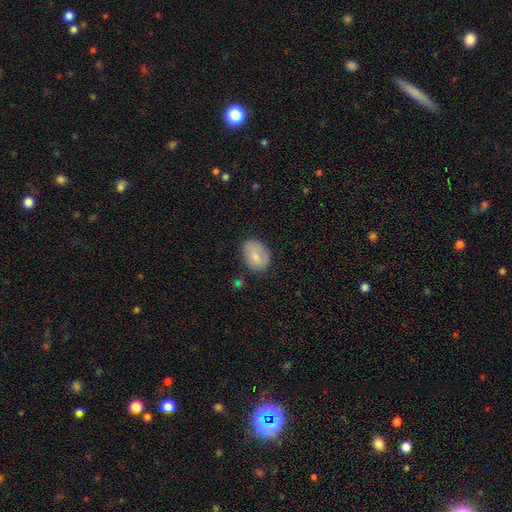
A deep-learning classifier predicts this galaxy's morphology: smooth 78%, featured or disk 15%, star or artifact 7%. Down the decision tree: how rounded — in between (72%); merging — none (68%).